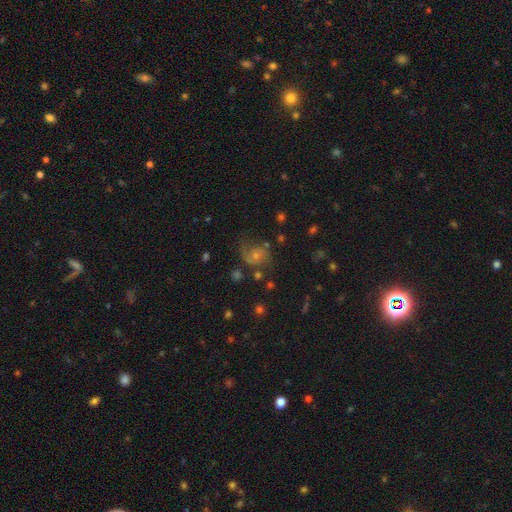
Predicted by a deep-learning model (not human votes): smooth-or-featured: featured or disk: 56% | smooth: 28% | star or artifact: 16%
  disk-edge-on: no: 97% | yes: 3%
    bar: no: 70% | weak: 26% | strong: 4%
    has-spiral-arms: yes: 84% | no: 16%
    bulge-size: small: 48% | moderate: 38% | none: 8% | large: 4% | dominant: 2%
  merging: none: 49% | minor disturbance: 23% | major disturbance: 23% | merger: 5%